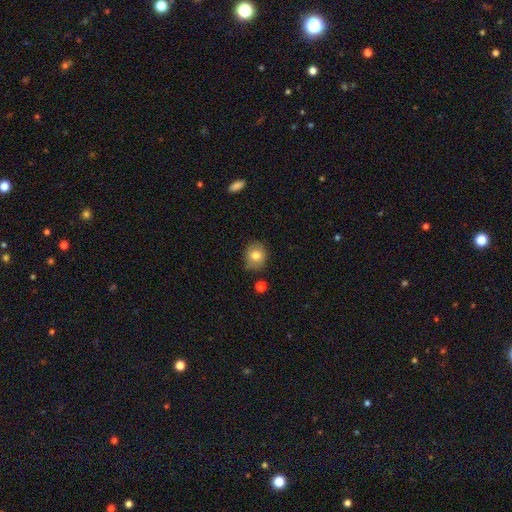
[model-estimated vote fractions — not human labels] Smooth or featured? smooth (79%)
How rounded? round (73%)
Merging? none (80%)